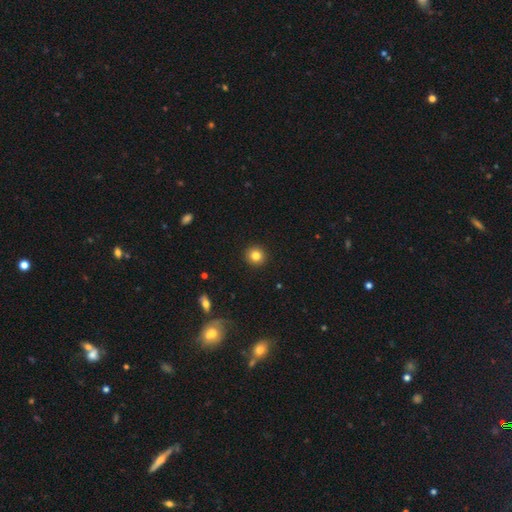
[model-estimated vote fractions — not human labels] This is clearly a smooth galaxy (83%). How rounded: clearly round (94%). Merging: clearly none (93%).